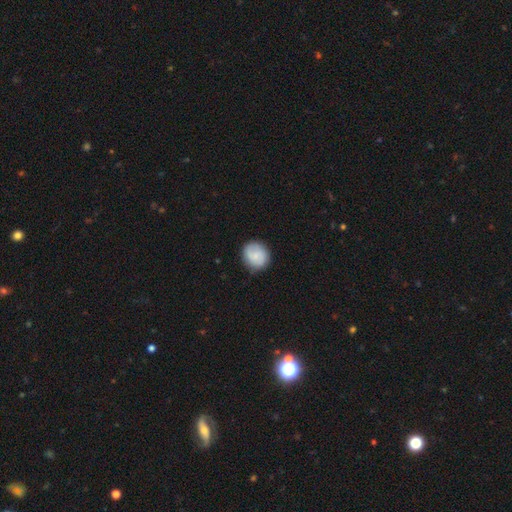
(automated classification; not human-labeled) Smooth or featured?
  - smooth: 70% *
  - featured or disk: 23%
  - star or artifact: 7%
How rounded?
  - round: 83% *
  - in between: 16%
  - cigar-shaped: 1%
Merging?
  - none: 84% *
  - minor disturbance: 12%
  - major disturbance: 3%
  - merger: 1%